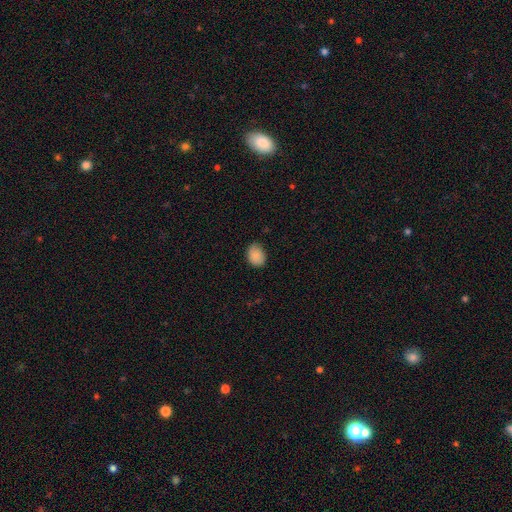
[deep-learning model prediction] A smooth galaxy with no disk features (86%) that is in between round and cigar-shaped (62%).

Vote fractions:
- Smooth or featured? smooth: 86% / star or artifact: 8% / featured or disk: 6%
- How rounded? in between: 62% / round: 37% / cigar-shaped: 1%
- Merging? none: 75% / minor disturbance: 21% / major disturbance: 3% / merger: 1%